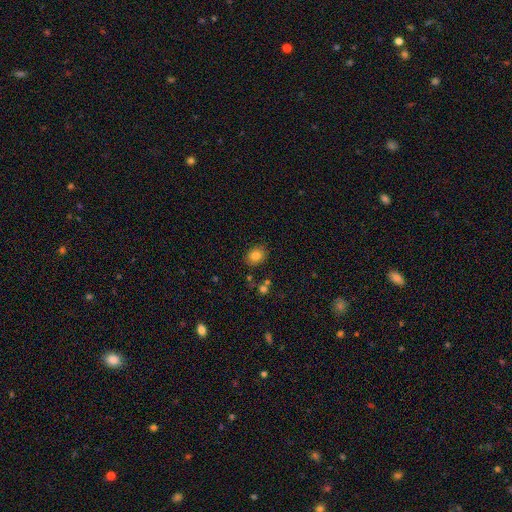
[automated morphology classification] smooth-or-featured: smooth: 82% | star or artifact: 11% | featured or disk: 7%
  how-rounded: round: 56% | in between: 44% | cigar-shaped: 1%
  merging: none: 84% | minor disturbance: 10% | merger: 3% | major disturbance: 3%